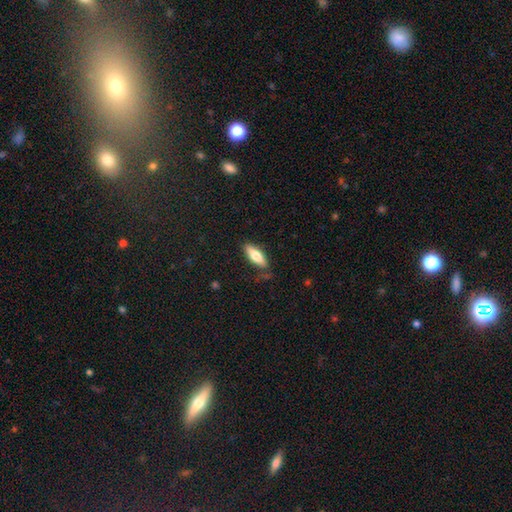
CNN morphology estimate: Smooth or featured: smooth — 70% (featured or disk — 24%)
How rounded: in between — 61% (cigar-shaped — 36%)
Merging: none — 80% (minor disturbance — 15%)